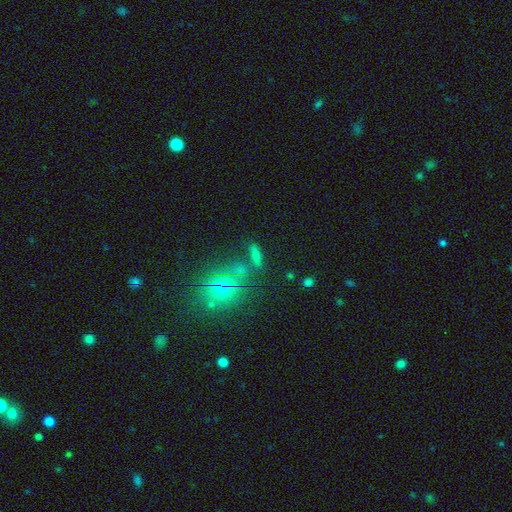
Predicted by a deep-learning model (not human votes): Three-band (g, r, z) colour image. It shows a smooth galaxy with no disk features (61%) that is cigar-shaped (48%). Merging: none (69%).